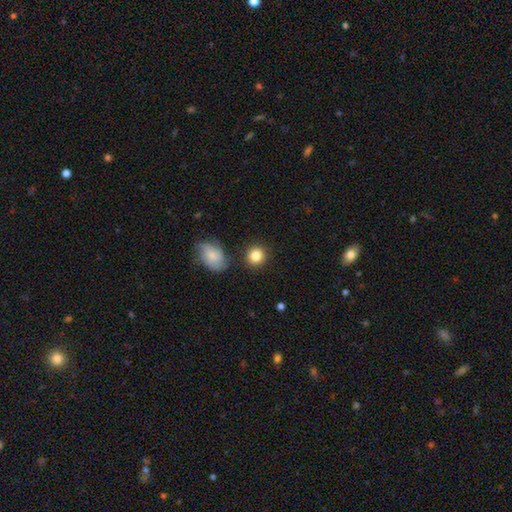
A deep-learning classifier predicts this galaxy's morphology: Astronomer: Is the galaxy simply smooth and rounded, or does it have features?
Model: smooth — 85%.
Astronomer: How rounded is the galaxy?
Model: round — 87%.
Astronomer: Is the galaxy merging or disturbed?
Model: none — 83%.